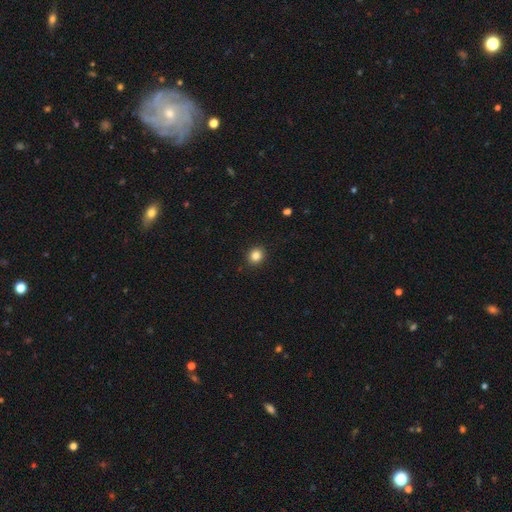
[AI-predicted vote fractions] smooth_or_featured: smooth (p=0.84) [alt: star or artifact p=0.11]
how_rounded: round (p=0.84) [alt: in between p=0.15]
merging: none (p=0.92) [alt: minor disturbance p=0.06]